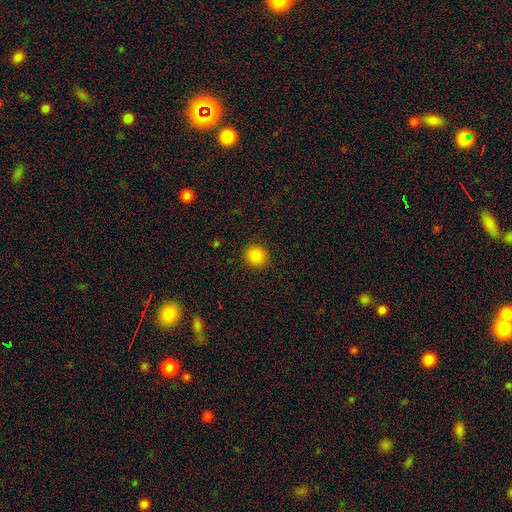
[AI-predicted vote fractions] Q: Smooth or featured?
A: smooth (85%); runner-up: star or artifact (11%)
Q: How rounded?
A: round (90%); runner-up: in between (9%)
Q: Merging?
A: none (91%); runner-up: minor disturbance (6%)